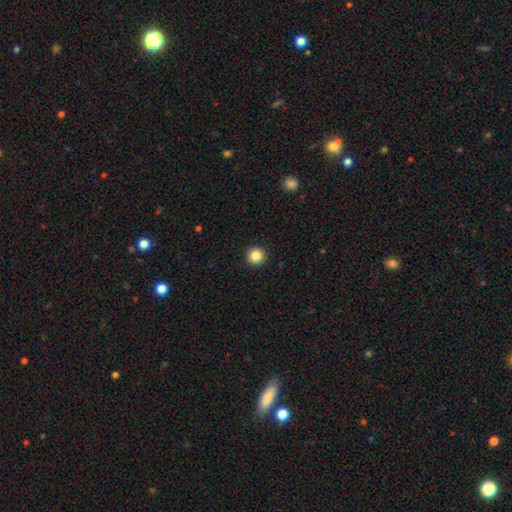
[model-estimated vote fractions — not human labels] A smooth galaxy with no disk features (85%) that is round (96%).

Vote fractions:
- Smooth or featured? smooth: 85% / star or artifact: 10% / featured or disk: 5%
- How rounded? round: 96% / in between: 3% / cigar-shaped: 1%
- Merging? none: 93% / minor disturbance: 4% / major disturbance: 1% / merger: 1%